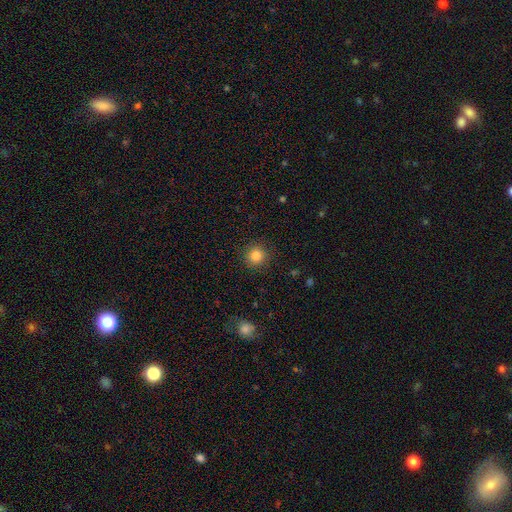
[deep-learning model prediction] Overall: smooth (82%). How rounded: round (93%). Merging: none (91%).